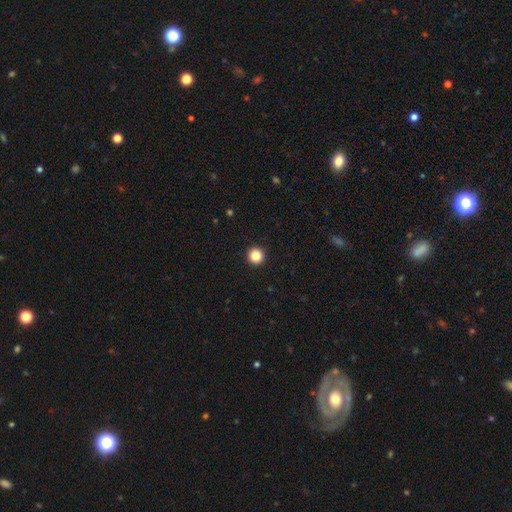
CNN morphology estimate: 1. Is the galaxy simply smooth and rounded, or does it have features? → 85% smooth, 11% star or artifact, 4% featured or disk.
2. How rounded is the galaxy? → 96% round, 3% in between, 1% cigar-shaped.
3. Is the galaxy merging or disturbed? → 94% none, 3% minor disturbance, 1% major disturbance, 1% merger.